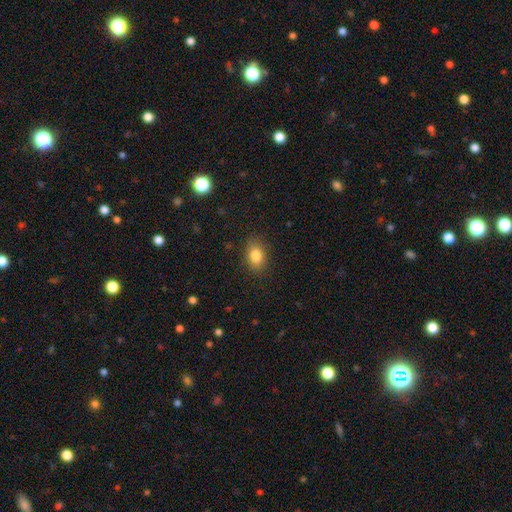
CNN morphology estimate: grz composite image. It shows a smooth galaxy with no disk features (83%) that is in between round and cigar-shaped (77%). Merging: none (84%).